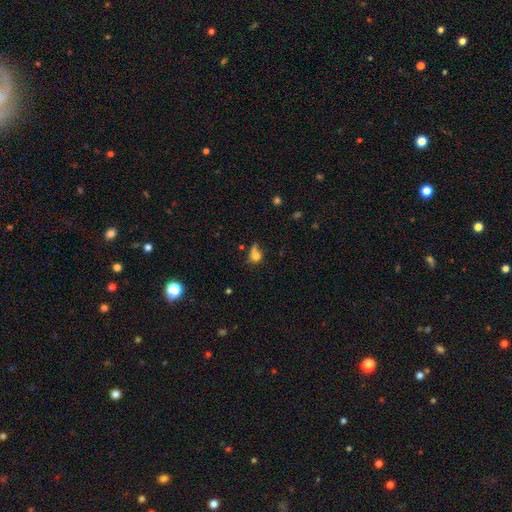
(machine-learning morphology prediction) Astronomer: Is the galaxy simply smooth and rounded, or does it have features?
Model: smooth — 70%.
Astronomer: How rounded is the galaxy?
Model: round — 62%.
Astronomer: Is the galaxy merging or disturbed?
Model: none — 36% (runner-up: minor disturbance, 25%).